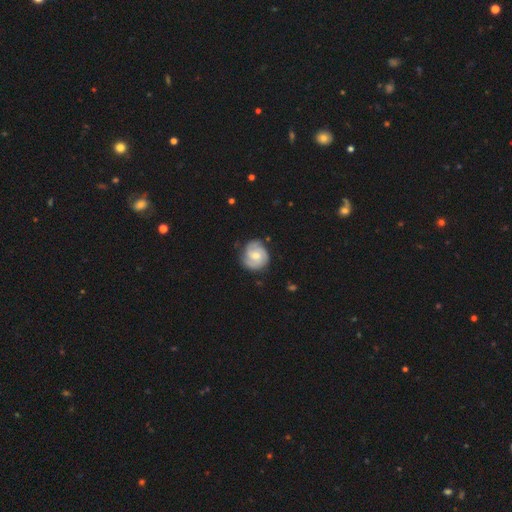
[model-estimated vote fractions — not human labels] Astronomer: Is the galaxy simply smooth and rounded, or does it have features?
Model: featured or disk — 74%.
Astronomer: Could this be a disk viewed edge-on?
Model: no — 98%.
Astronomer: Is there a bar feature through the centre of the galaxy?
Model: no — 59% (runner-up: weak, 36%).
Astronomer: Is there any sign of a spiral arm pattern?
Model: yes — 94%.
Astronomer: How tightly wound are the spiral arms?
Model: tight — 54% (runner-up: medium, 36%).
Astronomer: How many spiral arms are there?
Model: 2 — 38% (runner-up: 3, 33%).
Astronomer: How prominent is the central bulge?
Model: moderate — 56% (runner-up: small, 39%).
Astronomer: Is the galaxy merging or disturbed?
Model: none — 74%.